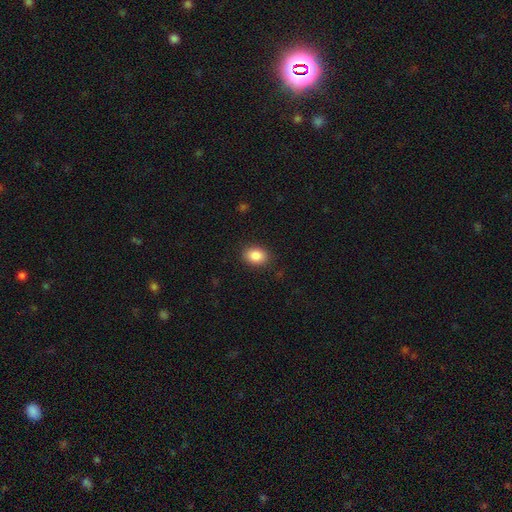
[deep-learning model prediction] Morphology: type=smooth (87%); roundness=in between (71%); merging=none (88%).